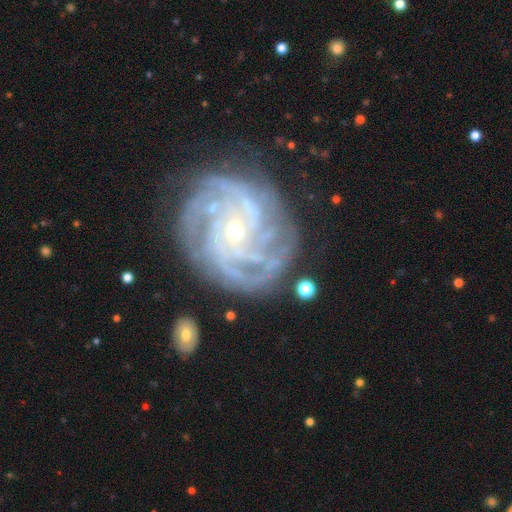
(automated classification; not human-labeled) featured or disk 90%, star or artifact 6%, smooth 4%. Down the decision tree: edge-on disk — no (97%); bar — no (66%); spiral arms — yes (98%); spiral arm count — 4 (27%); spiral winding — tight (69%); bulge size — small (70%); merging — none (79%).